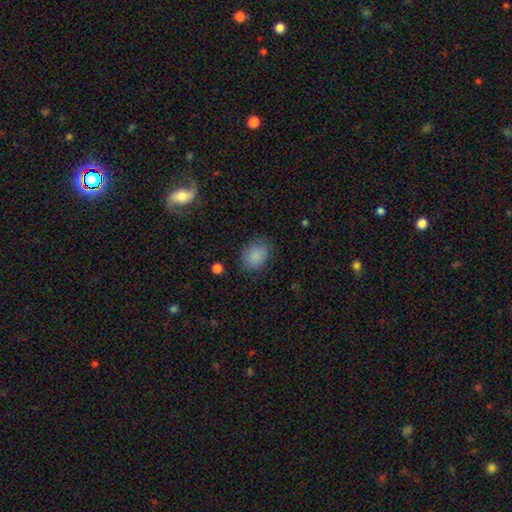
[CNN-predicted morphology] Overall: smooth (86%). How rounded: in between (66%; round 33%). Merging: none (78%).